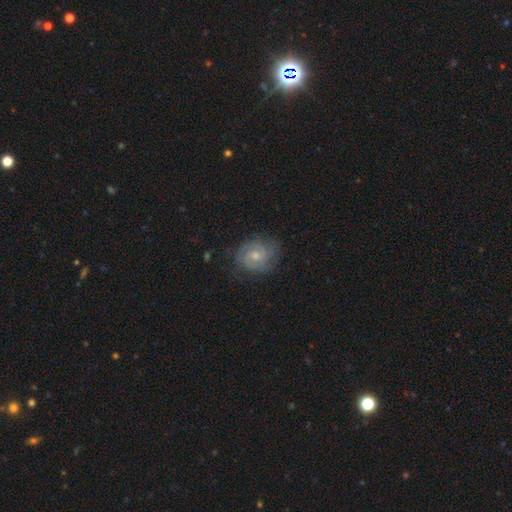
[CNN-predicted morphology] Smooth or featured?
  - featured or disk: 79% *
  - smooth: 15%
  - star or artifact: 6%
Edge-on disk?
  - no: 98% *
  - yes: 2%
Bar?
  - no: 64% *
  - weak: 32%
  - strong: 4%
Spiral arms?
  - yes: 95% *
  - no: 5%
Spiral winding?
  - tight: 65% *
  - medium: 29%
  - loose: 6%
Spiral arm count?
  - 2: 53% *
  - can't tell: 20%
  - 3: 16%
  - 4: 4%
  - 1: 4%
  - more than 4: 3%
Bulge size?
  - moderate: 53% *
  - small: 40%
  - none: 3%
  - large: 3%
  - dominant: 1%
Merging?
  - none: 74% *
  - minor disturbance: 19%
  - major disturbance: 7%
  - merger: 1%